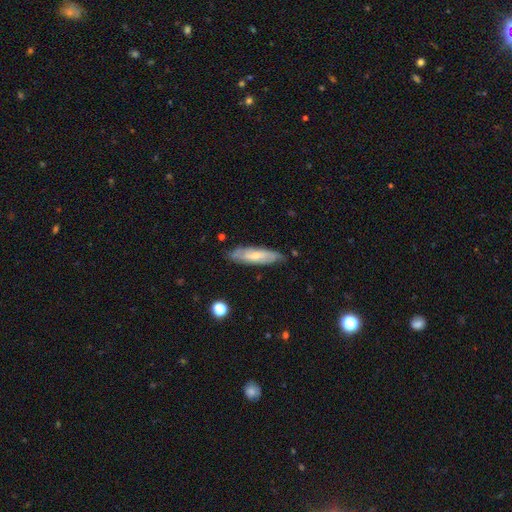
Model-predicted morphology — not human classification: Smooth or featured? Predicted: smooth (p=0.52). How rounded? Predicted: cigar-shaped (p=0.62). Merging? Predicted: none (p=0.77).